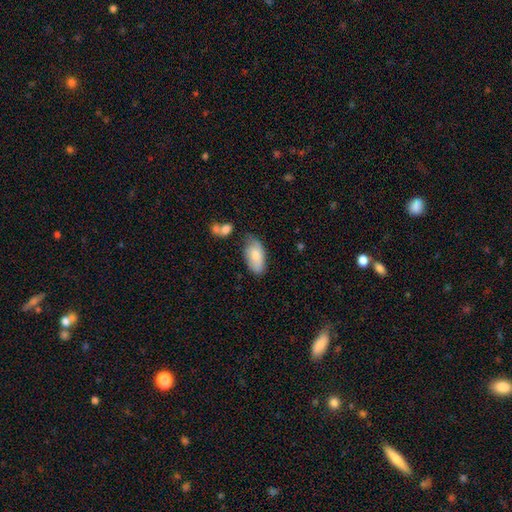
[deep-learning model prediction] Smooth or featured: smooth — 81% (featured or disk — 12%)
How rounded: in between — 93% (cigar-shaped — 4%)
Merging: none — 63% (minor disturbance — 27%)